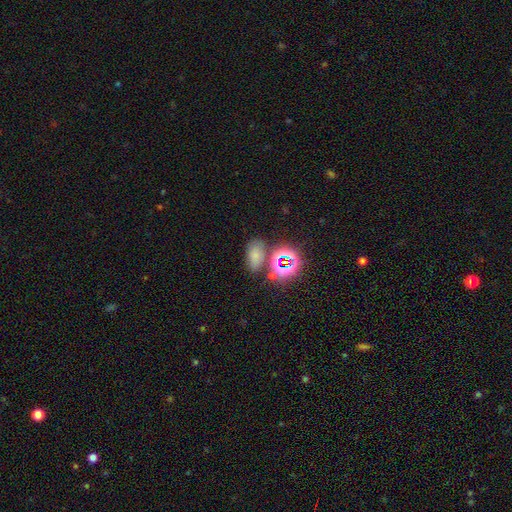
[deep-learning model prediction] Smooth or featured? smooth (60%)
How rounded? in between (84%)
Merging? none (62%)